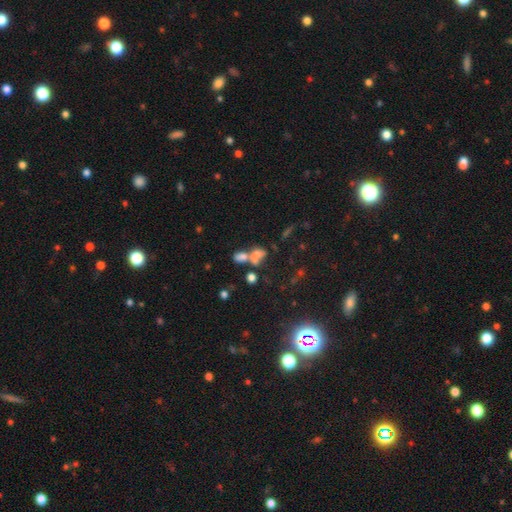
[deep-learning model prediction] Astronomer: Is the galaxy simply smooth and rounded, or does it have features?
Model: smooth — 60%.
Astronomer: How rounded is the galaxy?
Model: in between — 69%.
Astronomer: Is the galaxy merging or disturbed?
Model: merger — 60%.